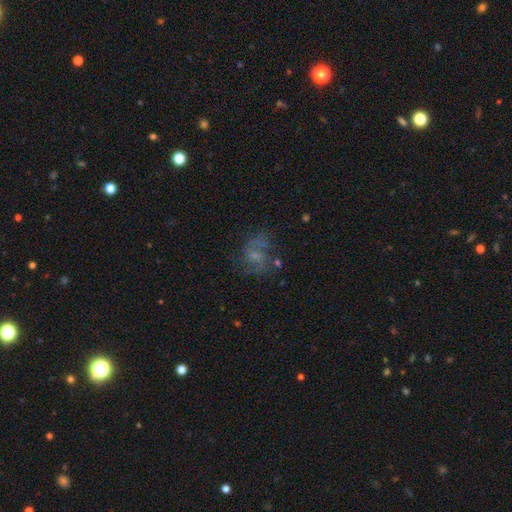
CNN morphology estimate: Smooth or featured? Predicted: featured or disk (p=0.52). Edge-on disk? Predicted: no (p=0.97). Bar? Predicted: no (p=0.63). Spiral arms? Predicted: yes (p=0.71). Bulge size? Predicted: small (p=0.35). Merging? Predicted: none (p=0.51).